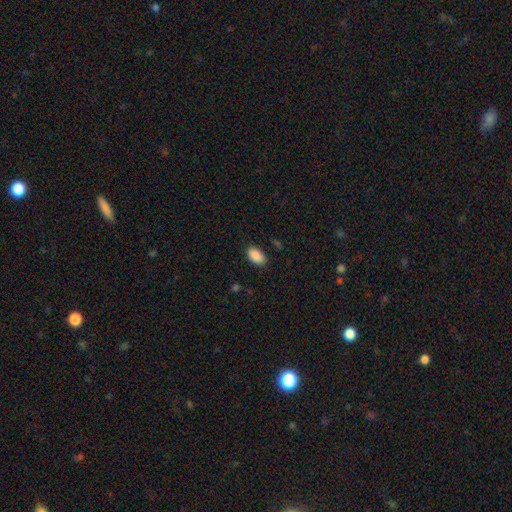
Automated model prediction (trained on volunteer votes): Smooth or featured?
  - smooth: 90% *
  - star or artifact: 7%
  - featured or disk: 3%
How rounded?
  - in between: 93% *
  - round: 5%
  - cigar-shaped: 1%
Merging?
  - none: 85% *
  - minor disturbance: 11%
  - major disturbance: 3%
  - merger: 1%